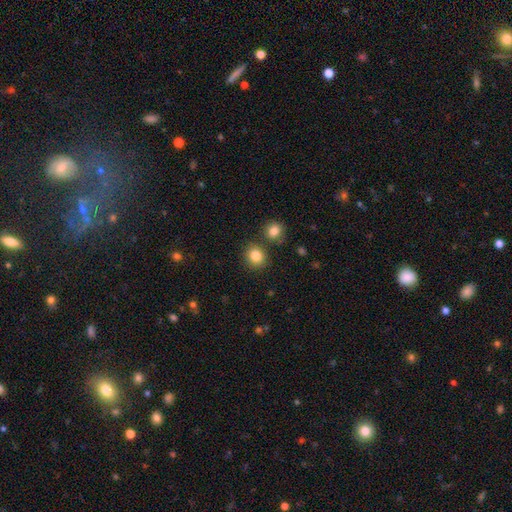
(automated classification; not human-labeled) Smooth or featured?
  - smooth: 84% *
  - star or artifact: 10%
  - featured or disk: 6%
How rounded?
  - round: 83% *
  - in between: 16%
  - cigar-shaped: 1%
Merging?
  - none: 81% *
  - merger: 9%
  - minor disturbance: 8%
  - major disturbance: 3%